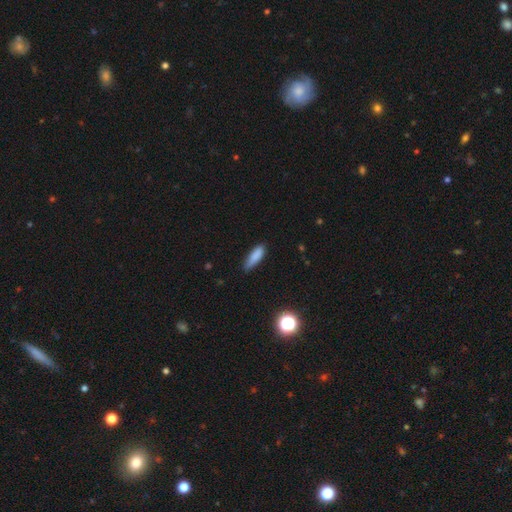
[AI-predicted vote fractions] The model was most divided on "how rounded": cigar-shaped: 54%, in between: 43%, round: 2%. More confident: smooth or featured — smooth (84%); merging — none (71%).